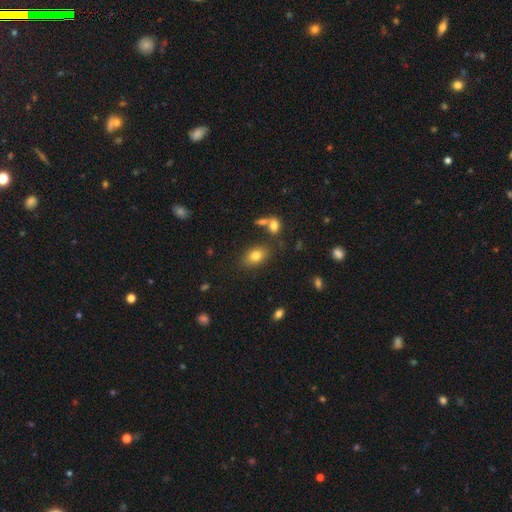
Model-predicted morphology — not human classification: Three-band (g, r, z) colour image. It shows a smooth galaxy with no disk features (80%) that is in between round and cigar-shaped (85%). Merging: none (77%).